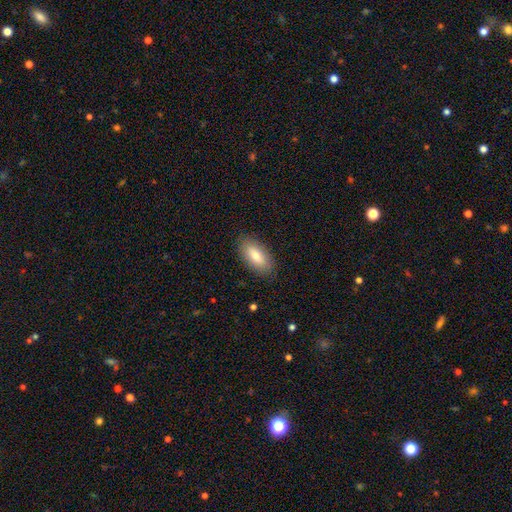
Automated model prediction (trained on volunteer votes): Smooth or featured?
  - smooth: 80% *
  - featured or disk: 13%
  - star or artifact: 6%
How rounded?
  - in between: 88% *
  - cigar-shaped: 9%
  - round: 2%
Merging?
  - none: 87% *
  - minor disturbance: 10%
  - major disturbance: 2%
  - merger: 1%